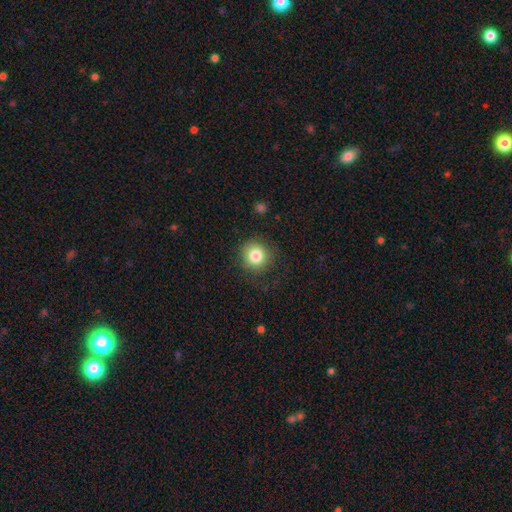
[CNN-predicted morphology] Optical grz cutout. It shows a smooth galaxy with no disk features (82%) that is round (92%). Merging: none (84%).